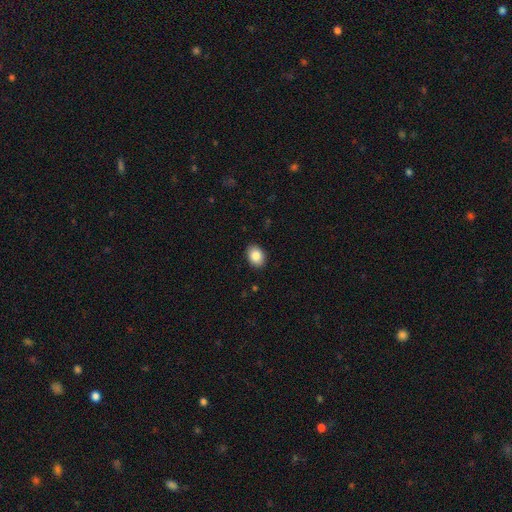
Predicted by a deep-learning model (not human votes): This appears to be a smooth galaxy with no disk features (87%) that is in between round and cigar-shaped (74%). Merging: none (90%).